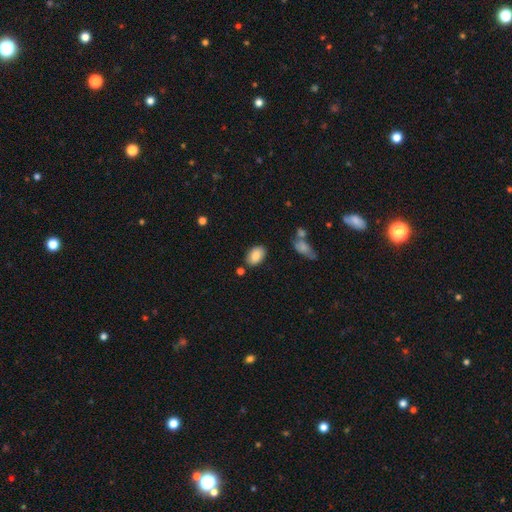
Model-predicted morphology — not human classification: Smooth or featured?
  - smooth: 85% *
  - featured or disk: 7%
  - star or artifact: 7%
How rounded?
  - in between: 90% *
  - round: 9%
  - cigar-shaped: 1%
Merging?
  - none: 79% *
  - minor disturbance: 13%
  - merger: 5%
  - major disturbance: 3%